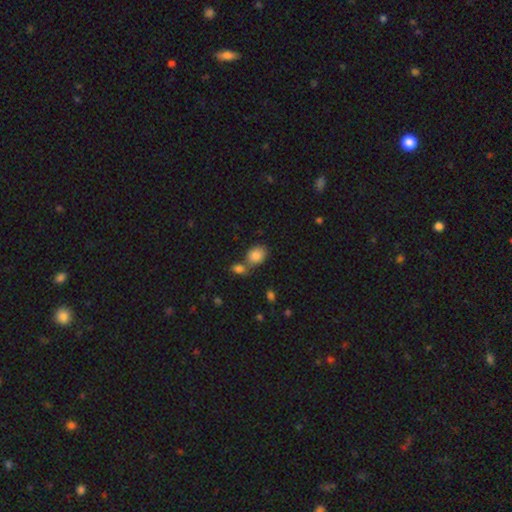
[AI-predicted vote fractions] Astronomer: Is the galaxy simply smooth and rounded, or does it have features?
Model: smooth — 85%.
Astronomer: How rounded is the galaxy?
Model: in between — 68%.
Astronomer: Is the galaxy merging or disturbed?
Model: none — 50% (runner-up: merger, 33%).